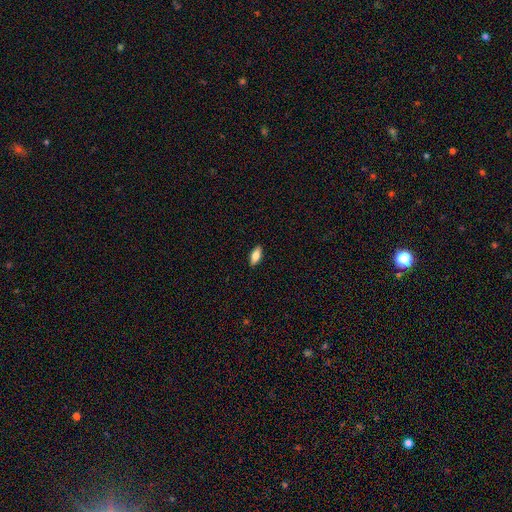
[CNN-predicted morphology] smooth 76%, featured or disk 17%, star or artifact 7%. Down the decision tree: how rounded — in between (83%); merging — none (90%).